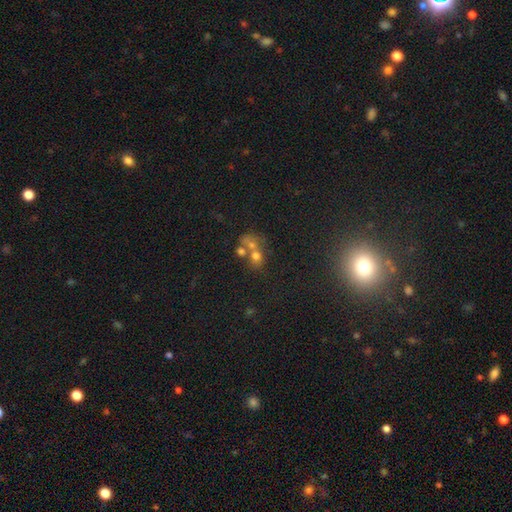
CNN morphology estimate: smooth_or_featured: smooth (p=0.58) [alt: featured or disk p=0.22]
how_rounded: round (p=0.63) [alt: in between p=0.36]
merging: merger (p=0.56) [alt: none p=0.30]